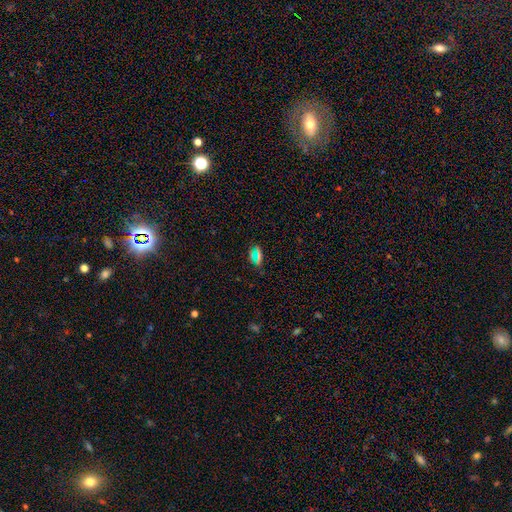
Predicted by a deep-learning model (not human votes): Smooth or featured? Predicted: smooth (p=0.53). How rounded? Predicted: in between (p=0.72). Merging? Predicted: none (p=0.73).